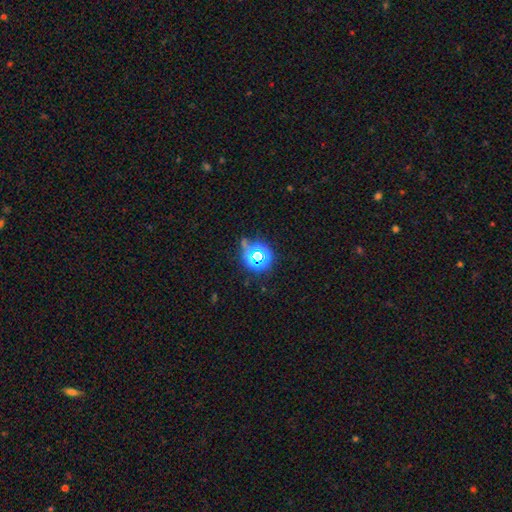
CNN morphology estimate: type=star or artifact (66%).